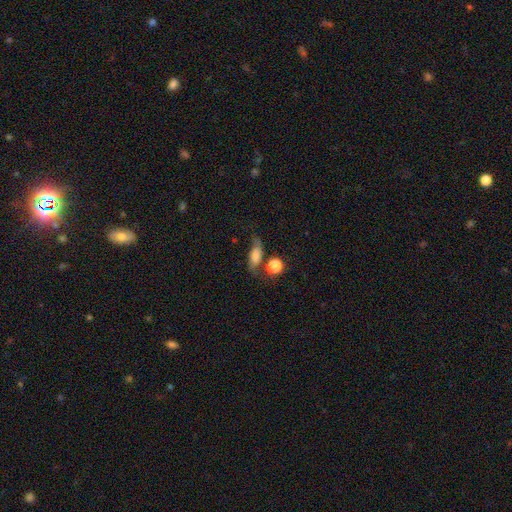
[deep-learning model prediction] Smooth or featured? Predicted: smooth (p=0.53). How rounded? Predicted: in between (p=0.69). Merging? Predicted: none (p=0.48).